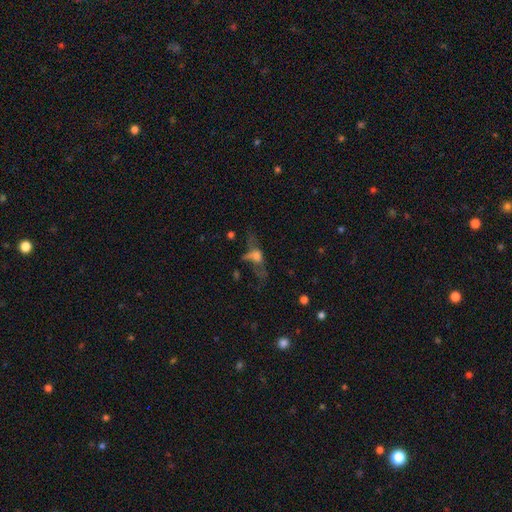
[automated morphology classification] The model was most divided on "smooth or featured": smooth: 42%, featured or disk: 41%, star or artifact: 17%. Remaining: merging — major disturbance (45%).